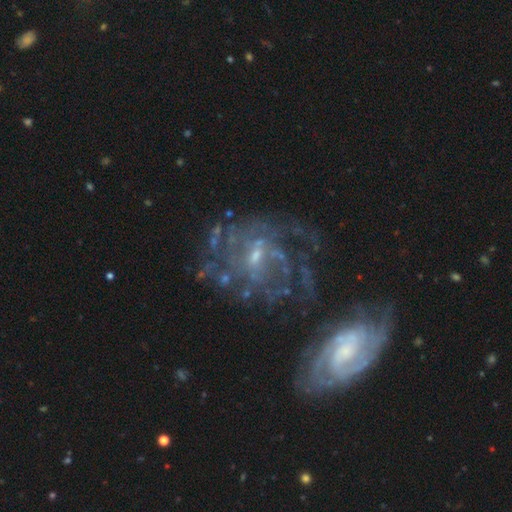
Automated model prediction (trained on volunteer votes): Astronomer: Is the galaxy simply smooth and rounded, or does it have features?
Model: featured or disk — 81%.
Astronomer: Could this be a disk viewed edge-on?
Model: no — 97%.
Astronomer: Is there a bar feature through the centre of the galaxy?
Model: no — 45%, tied with weak at 45%.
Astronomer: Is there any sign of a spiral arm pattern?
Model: yes — 84%.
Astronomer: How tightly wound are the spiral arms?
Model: tight — 45% (runner-up: medium, 37%).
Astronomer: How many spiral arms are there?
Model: can't tell — 46%.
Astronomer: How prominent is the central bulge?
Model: small — 64%.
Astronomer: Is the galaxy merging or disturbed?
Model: none — 50%.